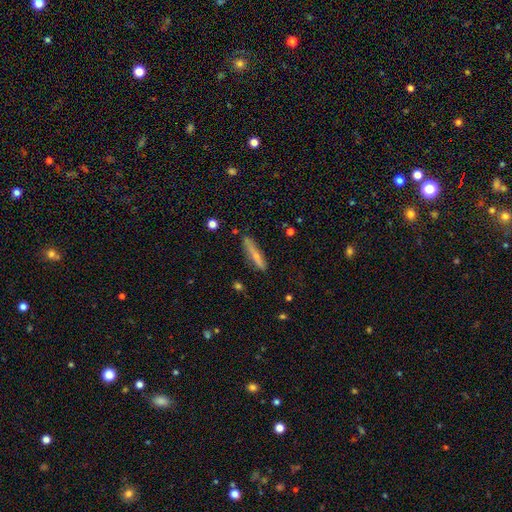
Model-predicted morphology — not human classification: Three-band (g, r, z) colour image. It shows a smooth galaxy with no disk features (64%) that is cigar-shaped (89%). Merging: none (78%).